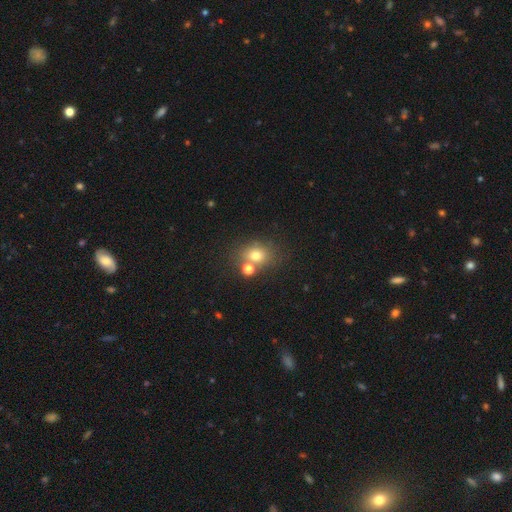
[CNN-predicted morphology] Smooth or featured?
  - smooth: 72% *
  - star or artifact: 16%
  - featured or disk: 12%
How rounded?
  - round: 60% *
  - in between: 39%
  - cigar-shaped: 1%
Merging?
  - none: 60% *
  - merger: 24%
  - minor disturbance: 11%
  - major disturbance: 5%